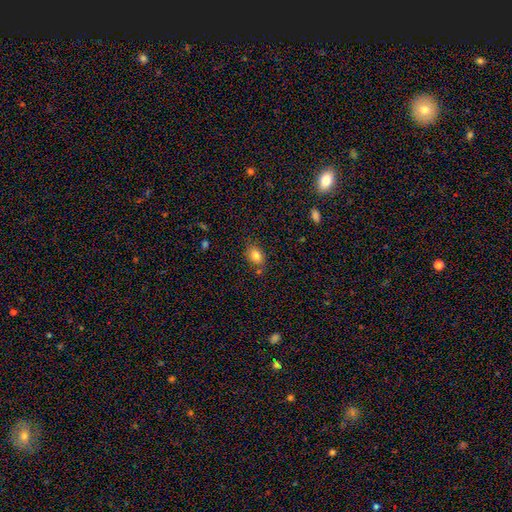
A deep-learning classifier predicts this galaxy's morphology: Smooth or featured?
  - smooth: 81% *
  - star or artifact: 10%
  - featured or disk: 9%
How rounded?
  - in between: 66% *
  - round: 32%
  - cigar-shaped: 2%
Merging?
  - none: 75% *
  - minor disturbance: 16%
  - merger: 6%
  - major disturbance: 4%